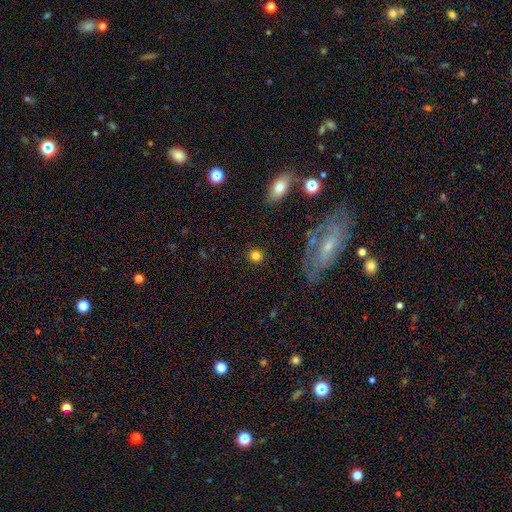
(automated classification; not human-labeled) A smooth galaxy with no disk features (81%) that is round (90%). Merging: none (90%).